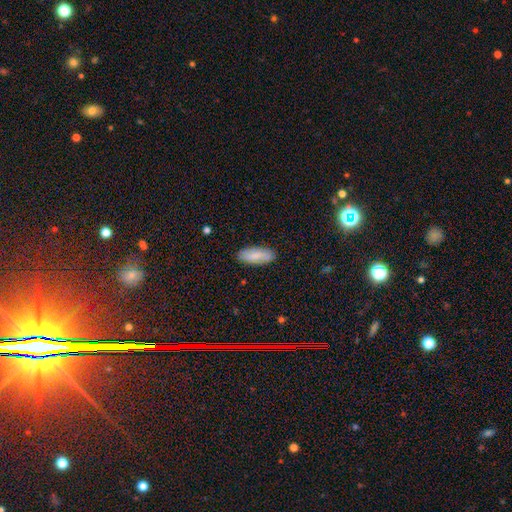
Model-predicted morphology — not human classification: smooth-or-featured: smooth: 80% | featured or disk: 14% | star or artifact: 6%
  how-rounded: in between: 79% | cigar-shaped: 19% | round: 2%
  merging: none: 87% | minor disturbance: 10% | major disturbance: 2% | merger: 1%